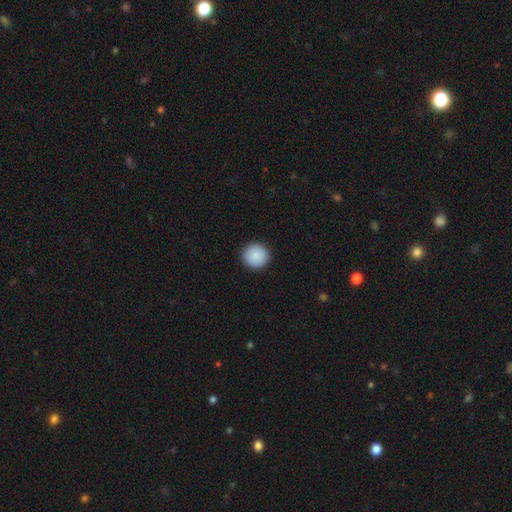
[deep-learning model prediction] smooth 89%, star or artifact 7%, featured or disk 3%. Down the decision tree: how rounded — round (94%); merging — none (93%).